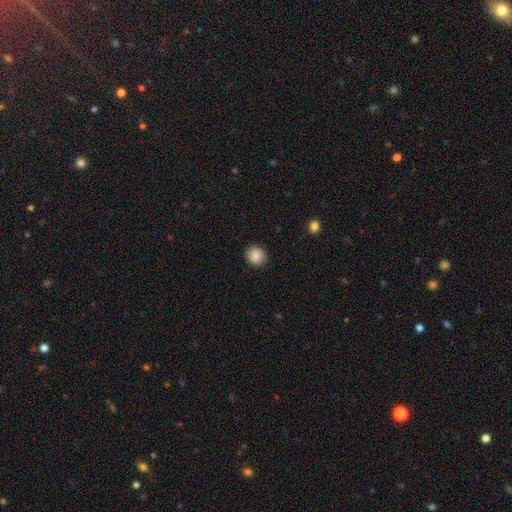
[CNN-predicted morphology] Smooth or featured? Predicted: smooth (p=0.87). How rounded? Predicted: round (p=0.86). Merging? Predicted: none (p=0.89).